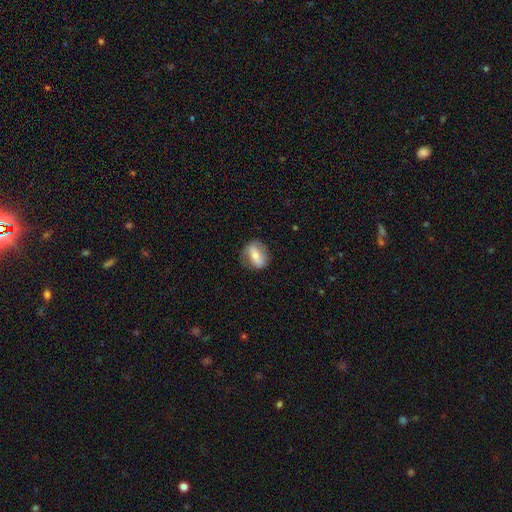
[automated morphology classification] The model was most divided on "smooth or featured": featured or disk: 48%, smooth: 45%, star or artifact: 7%. More confident: merging — none (73%).